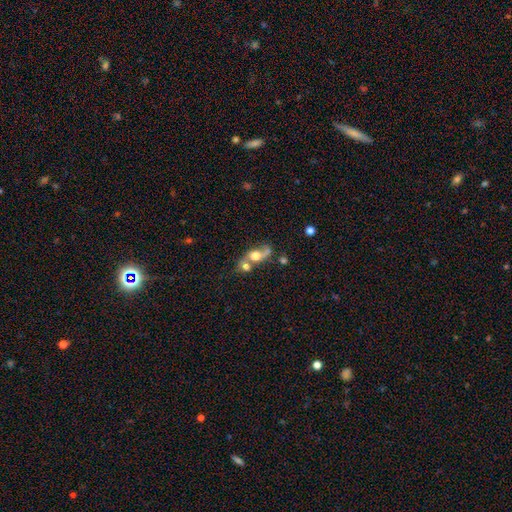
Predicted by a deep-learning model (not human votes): This is possibly a smooth galaxy (48%). Merging: likely merger (61%).